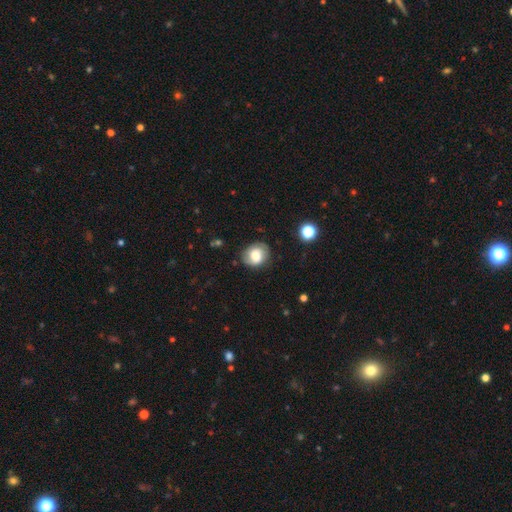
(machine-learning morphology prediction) A smooth galaxy with no disk features (62%) that is round (64%).

Vote fractions:
- Smooth or featured? smooth: 62% / featured or disk: 28% / star or artifact: 9%
- How rounded? round: 64% / in between: 35% / cigar-shaped: 1%
- Merging? none: 74% / minor disturbance: 19% / major disturbance: 5% / merger: 2%